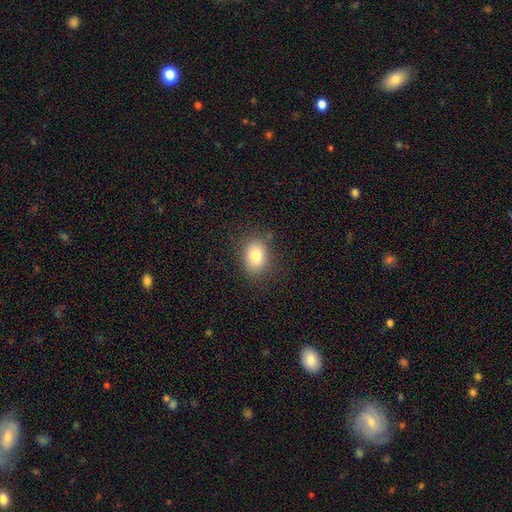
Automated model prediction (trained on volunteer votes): Q: Smooth or featured?
A: smooth (81%); runner-up: star or artifact (10%)
Q: How rounded?
A: in between (69%); runner-up: round (30%)
Q: Merging?
A: none (82%); runner-up: minor disturbance (12%)